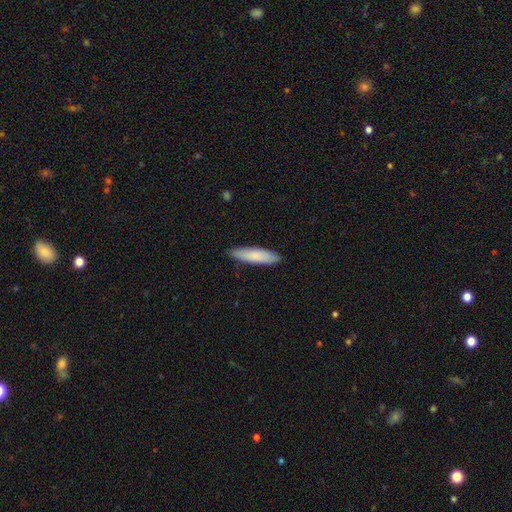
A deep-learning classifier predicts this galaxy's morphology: A smooth galaxy with no disk features (83%) that is cigar-shaped (74%). Merging: none (89%).